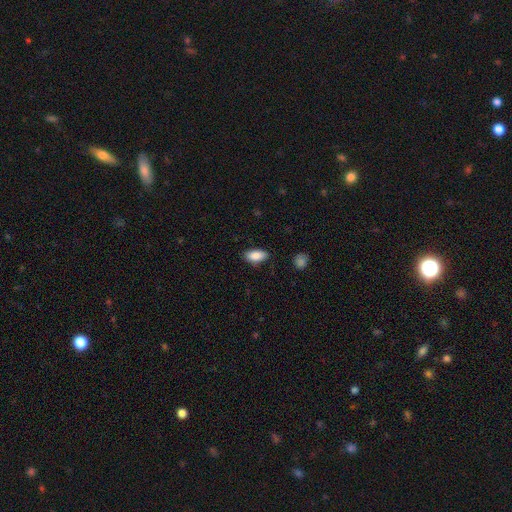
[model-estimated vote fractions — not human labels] This appears to be a smooth galaxy with no disk features (88%) that is in between round and cigar-shaped (91%). Merging: none (84%).